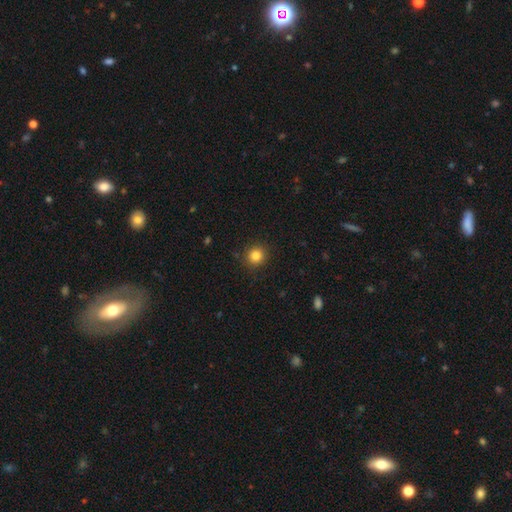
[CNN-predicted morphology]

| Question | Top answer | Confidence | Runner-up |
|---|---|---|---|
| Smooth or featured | smooth | 83% | star or artifact (12%) |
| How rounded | round | 92% | in between (7%) |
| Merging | none | 90% | minor disturbance (7%) |